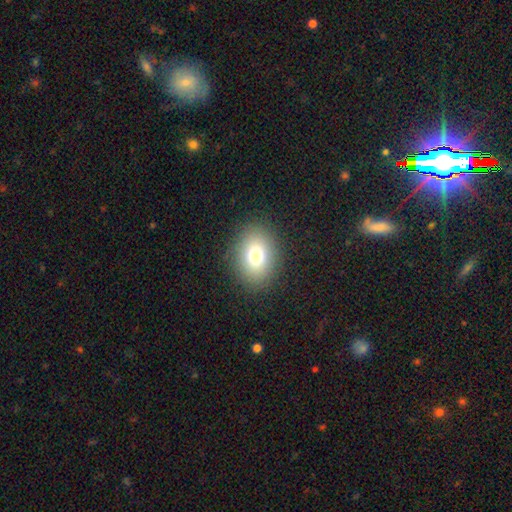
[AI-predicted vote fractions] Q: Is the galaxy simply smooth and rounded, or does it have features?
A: smooth — 77%.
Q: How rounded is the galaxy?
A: in between — 59%.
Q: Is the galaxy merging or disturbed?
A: none — 88%.